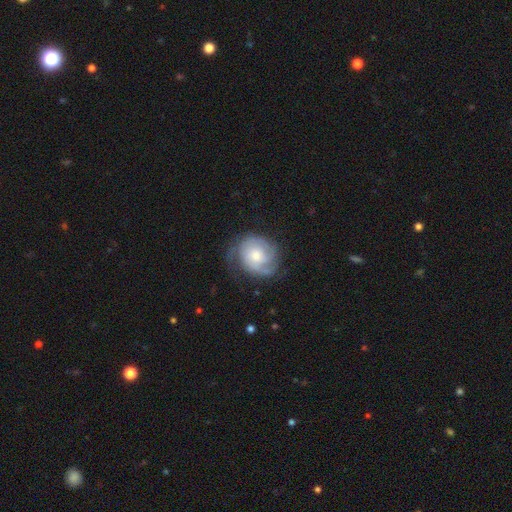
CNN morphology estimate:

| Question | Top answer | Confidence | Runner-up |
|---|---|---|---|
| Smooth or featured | featured or disk | 73% | smooth (21%) |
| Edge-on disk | no | 98% | yes (2%) |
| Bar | no | 73% | weak (24%) |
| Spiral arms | yes | 92% | no (8%) |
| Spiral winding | tight | 53% | medium (35%) |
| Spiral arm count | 2 | 34% | can't tell (28%) |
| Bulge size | moderate | 53% | small (29%) |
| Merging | none | 62% | minor disturbance (23%) |